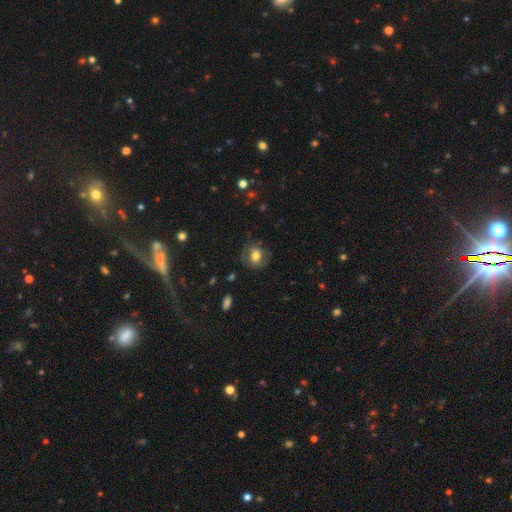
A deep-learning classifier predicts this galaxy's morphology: The model was most divided on "smooth or featured": smooth: 60%, featured or disk: 31%, star or artifact: 9%. More confident: merging — none (74%); how rounded — round (65%).